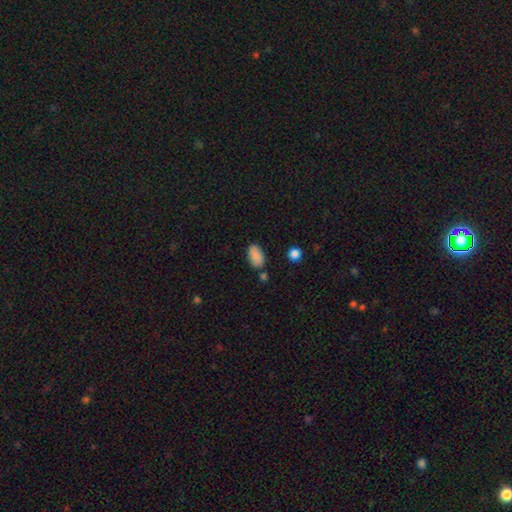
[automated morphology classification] This appears to be a smooth galaxy with no disk features (88%) that is in between round and cigar-shaped (93%). Merging: none (76%).